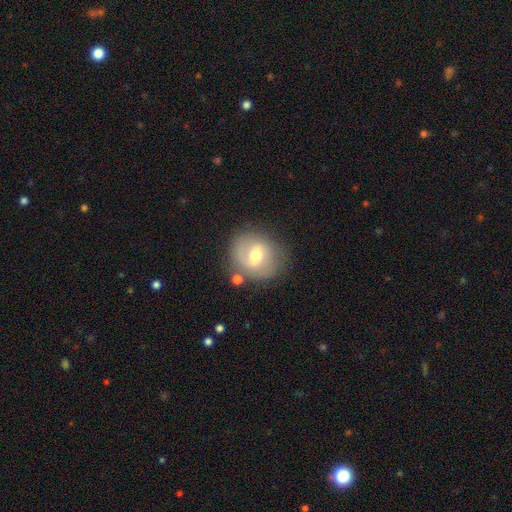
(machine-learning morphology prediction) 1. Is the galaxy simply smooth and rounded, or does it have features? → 47% featured or disk, 44% smooth, 8% star or artifact.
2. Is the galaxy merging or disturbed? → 75% none, 15% minor disturbance, 5% major disturbance, 4% merger.